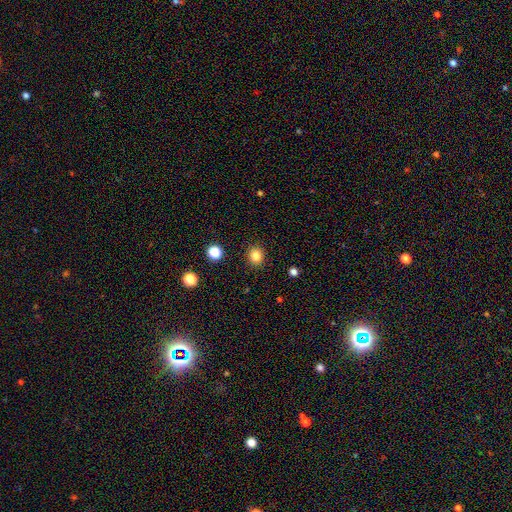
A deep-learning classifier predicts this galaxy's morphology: This is clearly a smooth galaxy (83%). How rounded: clearly round (85%). Merging: clearly none (91%).